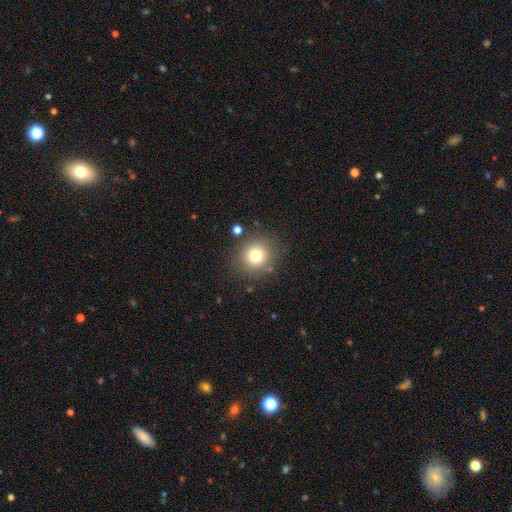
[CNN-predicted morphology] Overall: smooth (77%). How rounded: round (91%). Merging: none (85%).